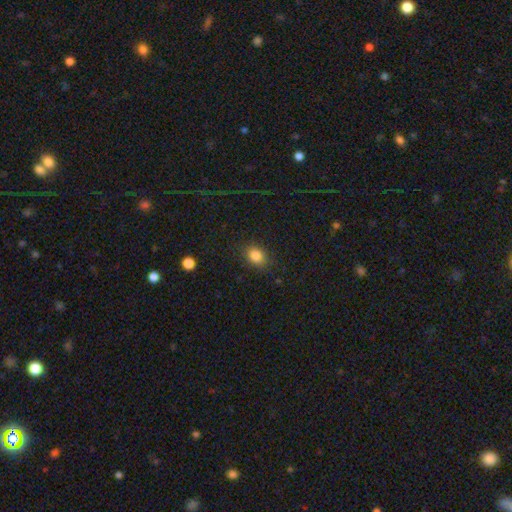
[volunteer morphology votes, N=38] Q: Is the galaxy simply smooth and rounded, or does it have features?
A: smooth — 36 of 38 (95%).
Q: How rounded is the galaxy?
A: in between — 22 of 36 (61%).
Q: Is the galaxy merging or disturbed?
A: none — 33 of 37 (89%).